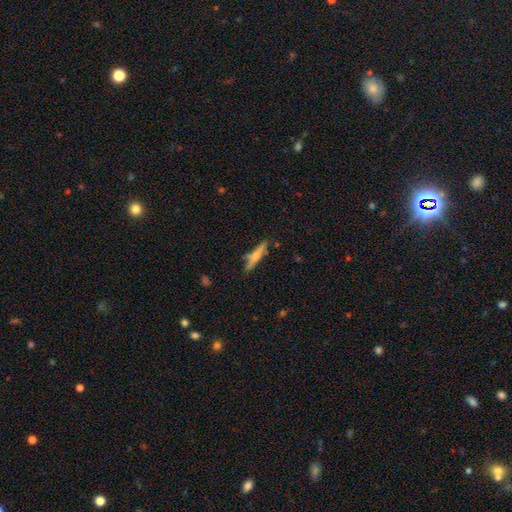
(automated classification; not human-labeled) smooth 52%, featured or disk 42%, star or artifact 7%. Down the decision tree: how rounded — cigar-shaped (88%); merging — none (75%).